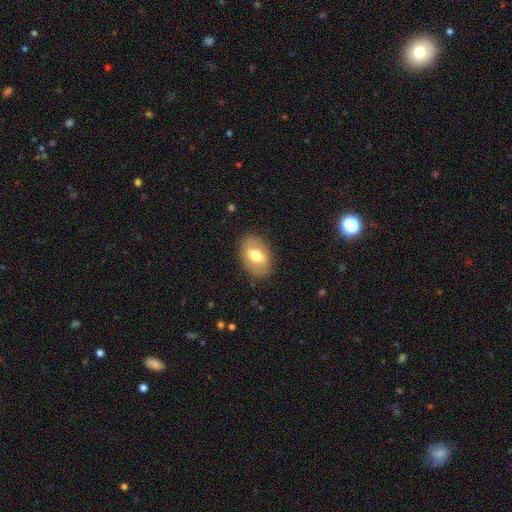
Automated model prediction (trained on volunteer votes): Q: Smooth or featured?
A: smooth (63%); runner-up: featured or disk (30%)
Q: How rounded?
A: in between (81%); runner-up: round (18%)
Q: Merging?
A: none (84%); runner-up: minor disturbance (11%)